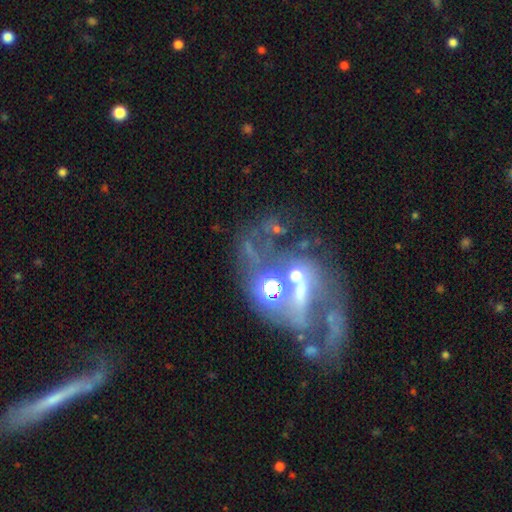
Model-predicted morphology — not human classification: A featured or disk galaxy (71%) with no bar (41%), spiral arms (71%) and a moderate central bulge (42%).

Vote fractions:
- Smooth or featured? featured or disk: 71% / star or artifact: 18% / smooth: 11%
- Edge-on disk? no: 96% / yes: 4%
- Bar? no: 41% / weak: 33% / strong: 25%
- Spiral arms? yes: 71% / no: 29%
- Bulge size? moderate: 42% / small: 35% / none: 13% / large: 7% / dominant: 3%
- Merging? none: 37% / major disturbance: 24% / merger: 24% / minor disturbance: 14%